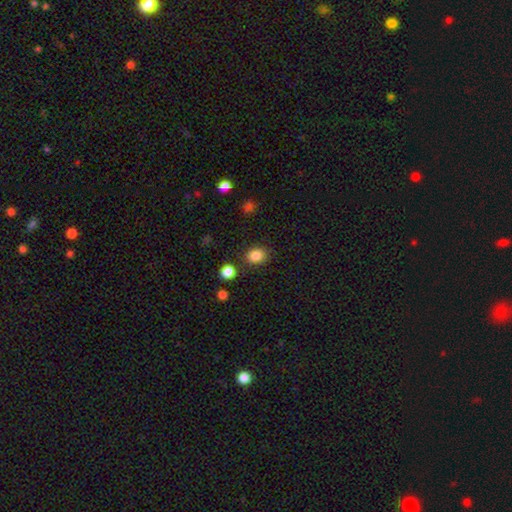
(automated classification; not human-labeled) Q: Smooth or featured?
A: smooth (85%); runner-up: star or artifact (11%)
Q: How rounded?
A: round (60%); runner-up: in between (39%)
Q: Merging?
A: none (83%); runner-up: minor disturbance (10%)